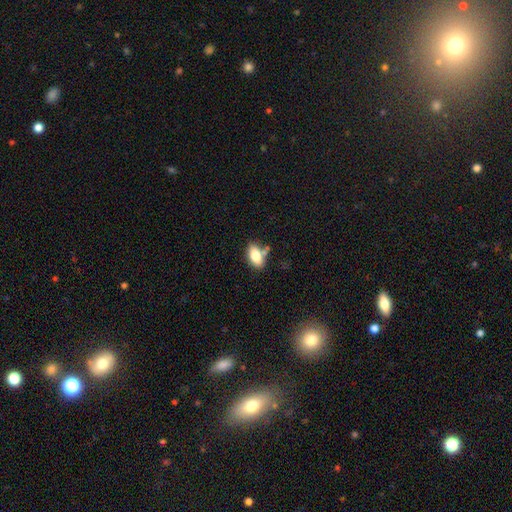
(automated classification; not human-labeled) This appears to be a smooth galaxy with no disk features (80%) that is in between round and cigar-shaped (89%). Merging: none (65%).